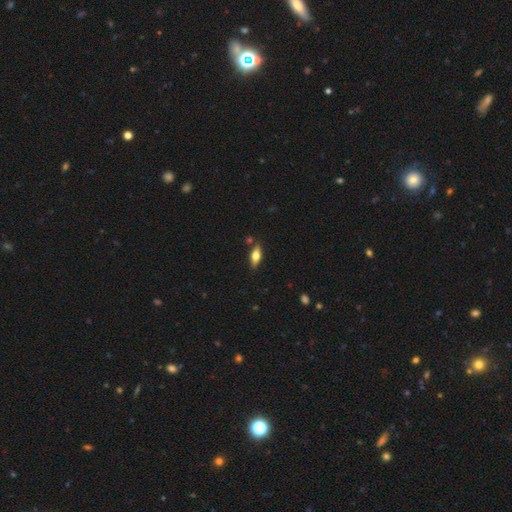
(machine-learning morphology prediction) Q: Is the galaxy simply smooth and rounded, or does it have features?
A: smooth — 52%.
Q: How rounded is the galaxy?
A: in between — 67%.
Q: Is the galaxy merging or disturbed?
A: none — 84%.